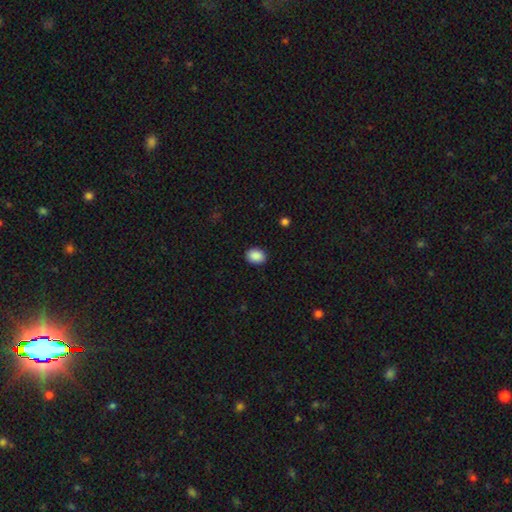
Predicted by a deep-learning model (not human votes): smooth 90%, star or artifact 8%, featured or disk 3%. Down the decision tree: how rounded — in between (58%); merging — none (90%).